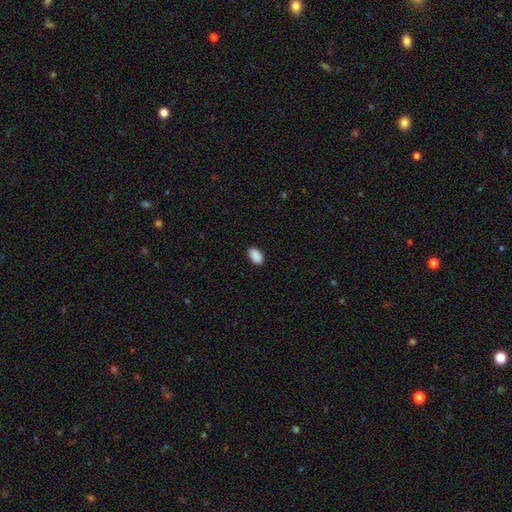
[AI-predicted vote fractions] smooth_or_featured: smooth (p=0.90) [alt: star or artifact p=0.07]
how_rounded: in between (p=0.94) [alt: round p=0.04]
merging: none (p=0.89) [alt: minor disturbance p=0.09]